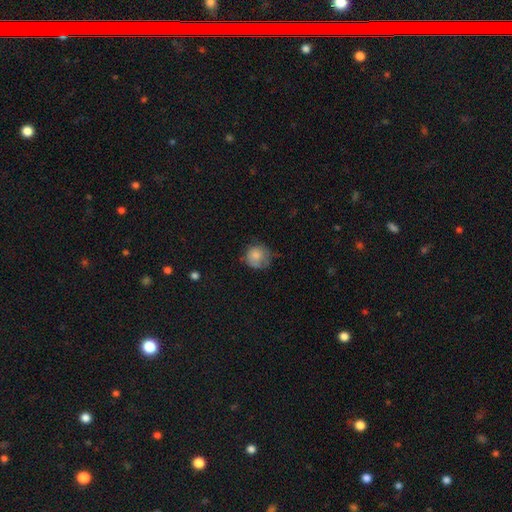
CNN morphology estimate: The model was most divided on "merging": none: 53%, minor disturbance: 31%, major disturbance: 14%, merger: 2%. More confident: how rounded — round (86%); smooth or featured — smooth (77%).